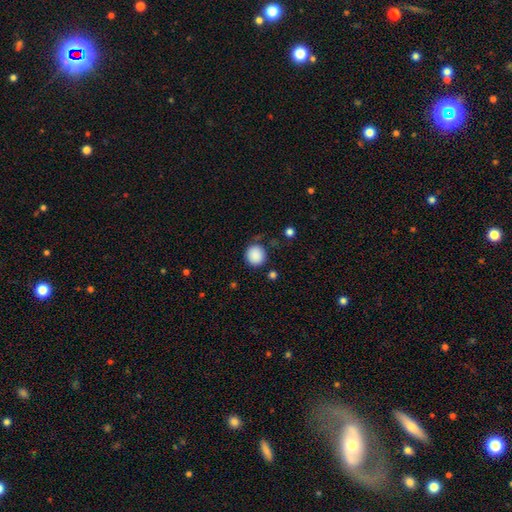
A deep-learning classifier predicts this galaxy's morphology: Smooth or featured? Predicted: smooth (p=0.89). How rounded? Predicted: round (p=0.91). Merging? Predicted: none (p=0.81).